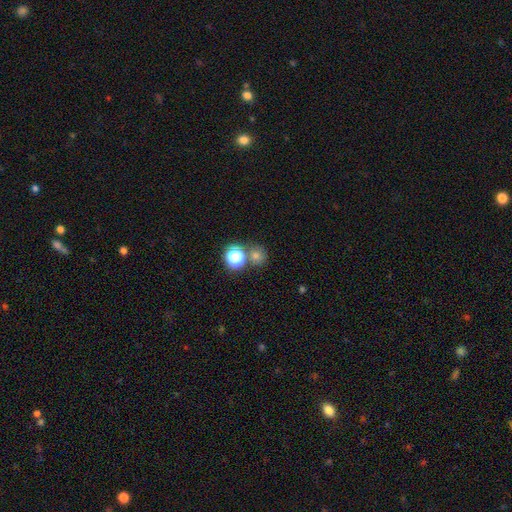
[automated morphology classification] This appears to be a smooth galaxy with no disk features (65%) that is round (88%). Merging: none (68%).